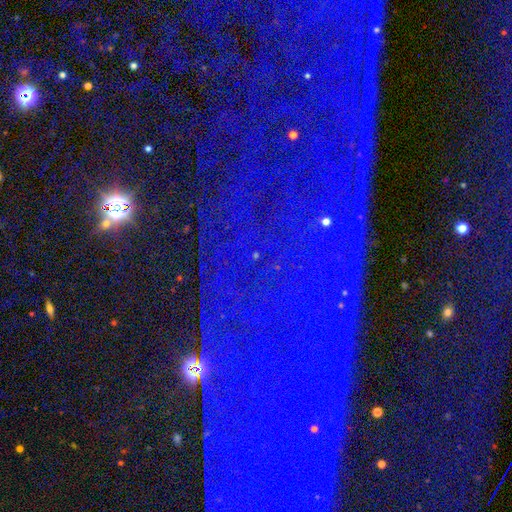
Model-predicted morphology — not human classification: star or artifact 85%, smooth 8%, featured or disk 8%.